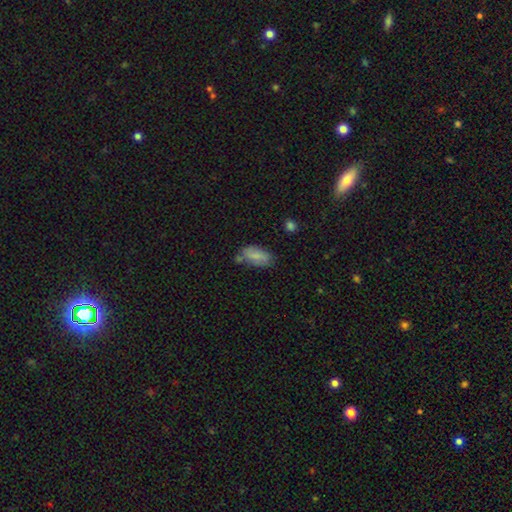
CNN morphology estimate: This is likely a smooth galaxy (75%). How rounded: clearly in between (89%). Merging: likely none (61%).